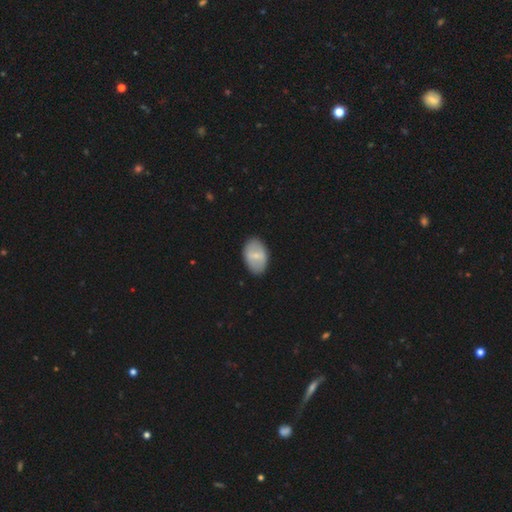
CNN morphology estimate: A smooth galaxy with no disk features (56%) that is in between round and cigar-shaped (89%).

Vote fractions:
- Smooth or featured? smooth: 56% / featured or disk: 38% / star or artifact: 6%
- How rounded? in between: 89% / round: 9% / cigar-shaped: 2%
- Merging? none: 84% / minor disturbance: 12% / major disturbance: 3% / merger: 1%